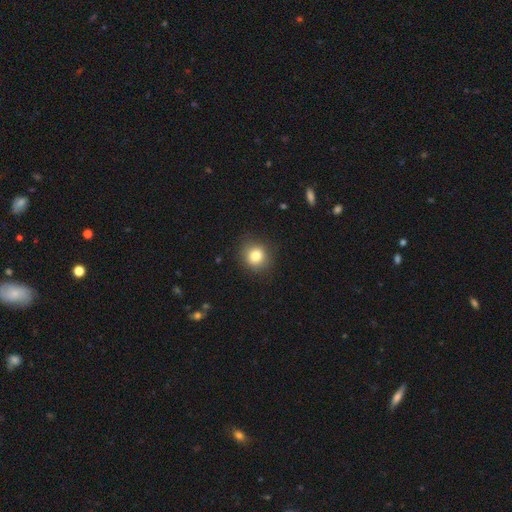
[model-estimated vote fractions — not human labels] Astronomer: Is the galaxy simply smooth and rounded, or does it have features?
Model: smooth — 81%.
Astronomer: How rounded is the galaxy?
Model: round — 84%.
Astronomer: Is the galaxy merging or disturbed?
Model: none — 87%.